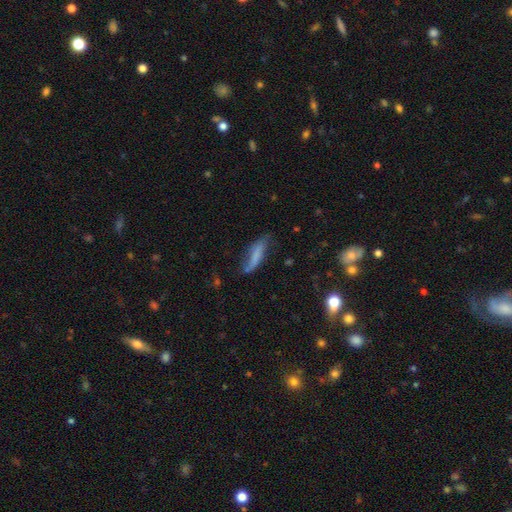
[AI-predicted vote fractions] The model was most divided on "merging": none: 51%, minor disturbance: 32%, major disturbance: 13%, merger: 4%. More confident: how rounded — cigar-shaped (67%); smooth or featured — smooth (65%).